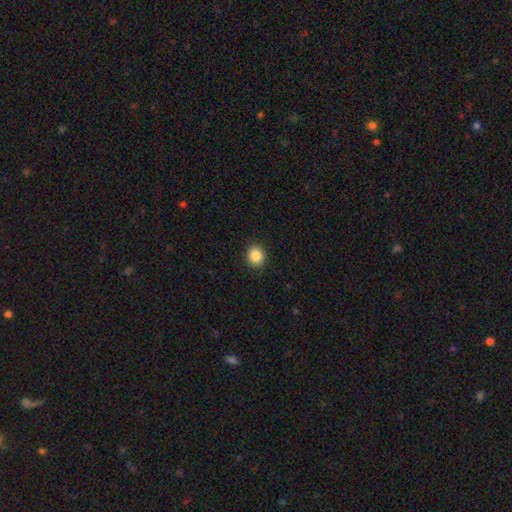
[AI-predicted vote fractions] Overall: smooth (87%). How rounded: round (84%). Merging: none (91%).